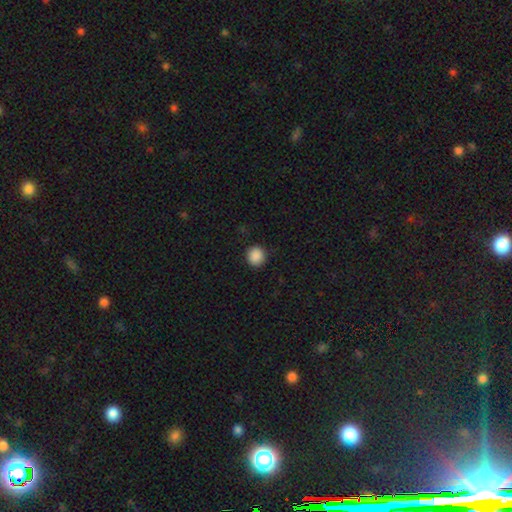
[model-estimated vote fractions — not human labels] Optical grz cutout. It shows a smooth galaxy with no disk features (89%) that is round (91%). Merging: none (91%).